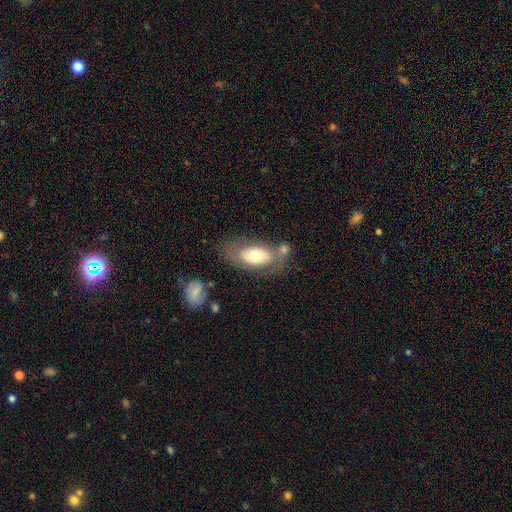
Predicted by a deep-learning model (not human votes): Q: Smooth or featured?
A: smooth (58%); runner-up: featured or disk (36%)
Q: How rounded?
A: in between (90%); runner-up: round (6%)
Q: Merging?
A: none (53%); runner-up: minor disturbance (20%)